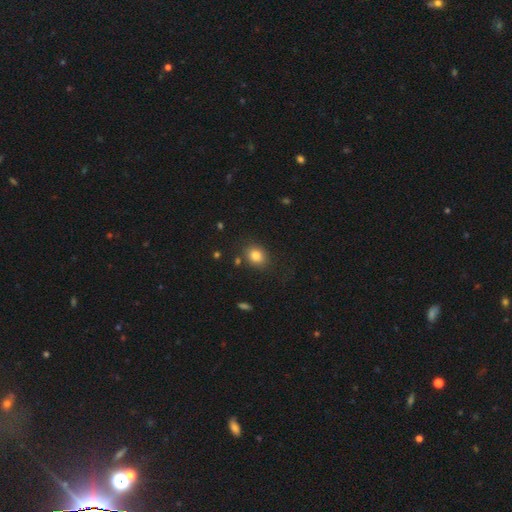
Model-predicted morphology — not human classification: A smooth galaxy with no disk features (83%) that is round (55%).

Vote fractions:
- Smooth or featured? smooth: 83% / star or artifact: 10% / featured or disk: 7%
- How rounded? round: 55% / in between: 44% / cigar-shaped: 1%
- Merging? none: 81% / minor disturbance: 12% / major disturbance: 4% / merger: 4%